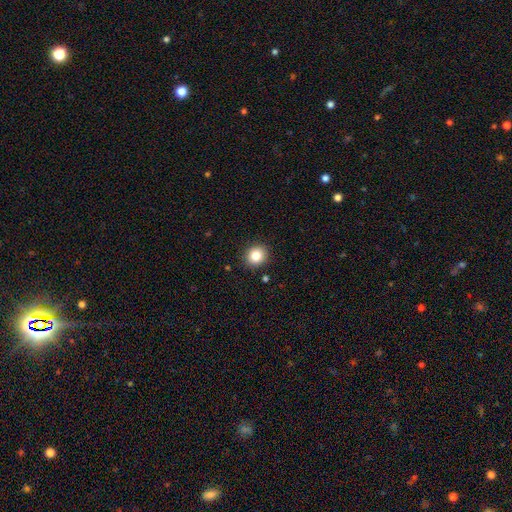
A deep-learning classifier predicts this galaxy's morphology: A smooth galaxy with no disk features (83%) that is round (85%). Merging: none (91%).